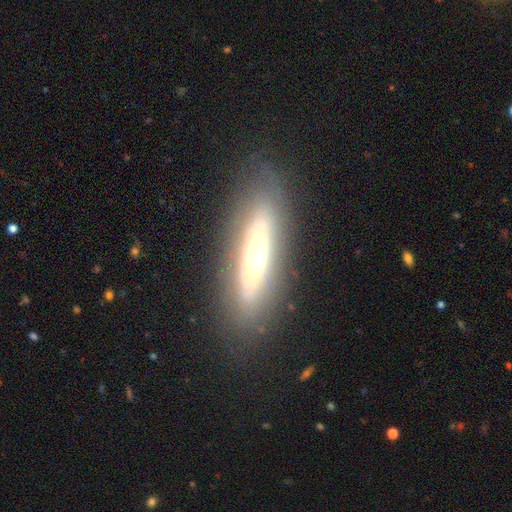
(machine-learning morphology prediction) A featured or disk galaxy (55%) viewed edge-on (59%).

Vote fractions:
- Smooth or featured? featured or disk: 55% / smooth: 36% / star or artifact: 8%
- Edge-on disk? yes: 59% / no: 41%
- Merging? none: 77% / minor disturbance: 15% / major disturbance: 7% / merger: 2%